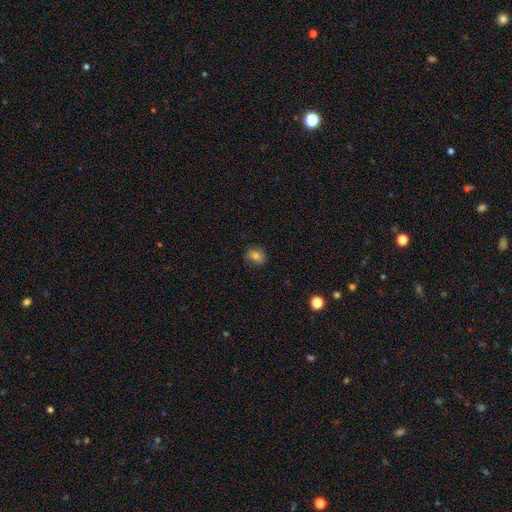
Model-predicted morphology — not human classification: Smooth or featured?
  - smooth: 78% *
  - star or artifact: 12%
  - featured or disk: 10%
How rounded?
  - round: 61% *
  - in between: 37%
  - cigar-shaped: 1%
Merging?
  - none: 82% *
  - minor disturbance: 14%
  - major disturbance: 3%
  - merger: 1%